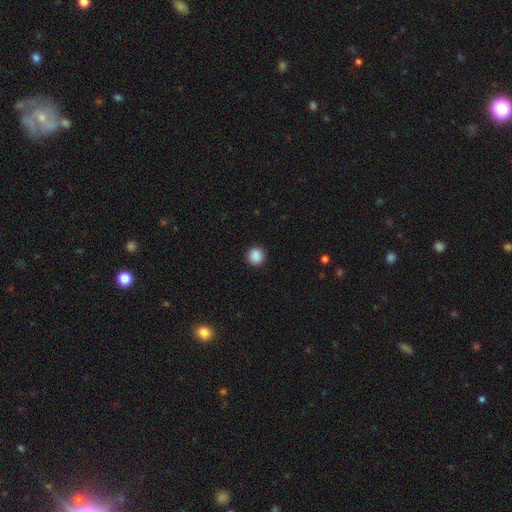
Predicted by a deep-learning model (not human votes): Smooth or featured: smooth — 89% (star or artifact — 9%)
How rounded: round — 93% (in between — 6%)
Merging: none — 92% (minor disturbance — 5%)